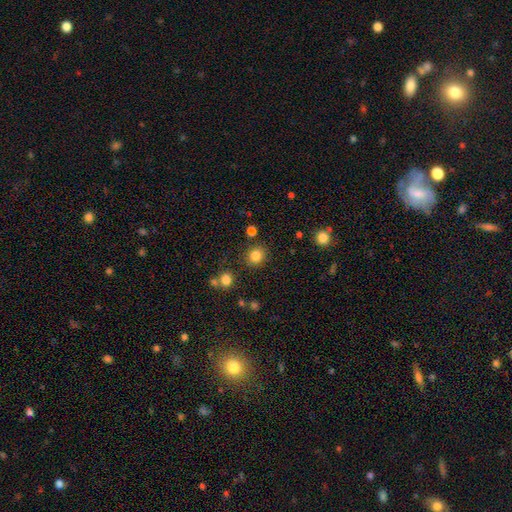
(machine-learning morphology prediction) smooth_or_featured: smooth (p=0.83) [alt: star or artifact p=0.12]
how_rounded: round (p=0.82) [alt: in between p=0.17]
merging: none (p=0.84) [alt: minor disturbance p=0.08]